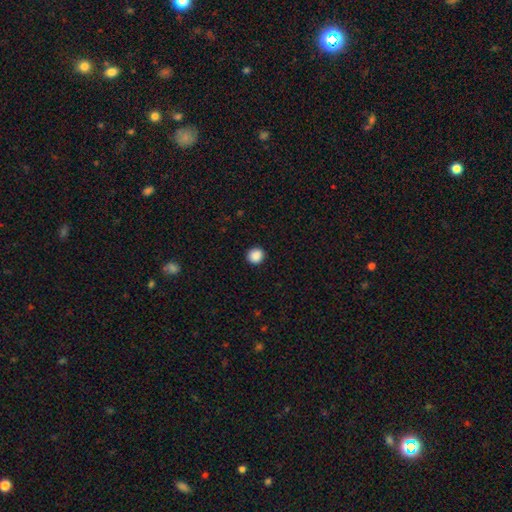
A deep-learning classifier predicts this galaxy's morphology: Smooth or featured? smooth (89%)
How rounded? round (93%)
Merging? none (92%)